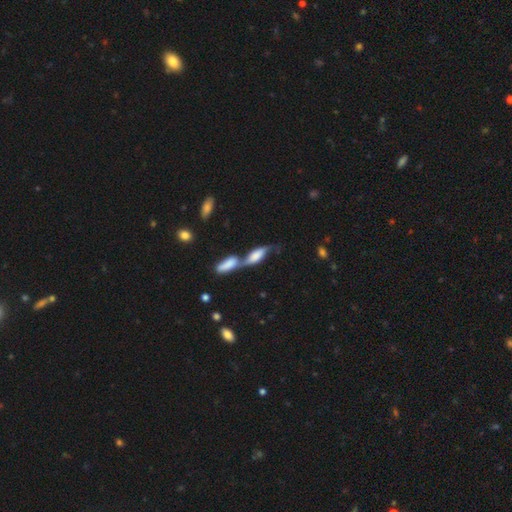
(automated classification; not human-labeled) Smooth or featured? Predicted: featured or disk (p=0.48). Merging? Predicted: merger (p=0.65).